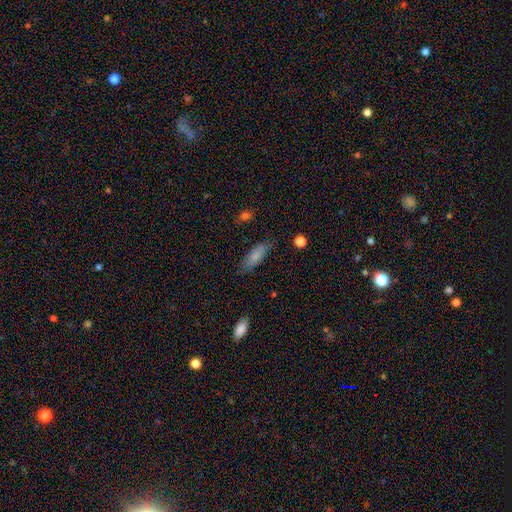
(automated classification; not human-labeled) This appears to be a smooth galaxy with no disk features (81%) that is in between round and cigar-shaped (58%). Merging: none (78%).